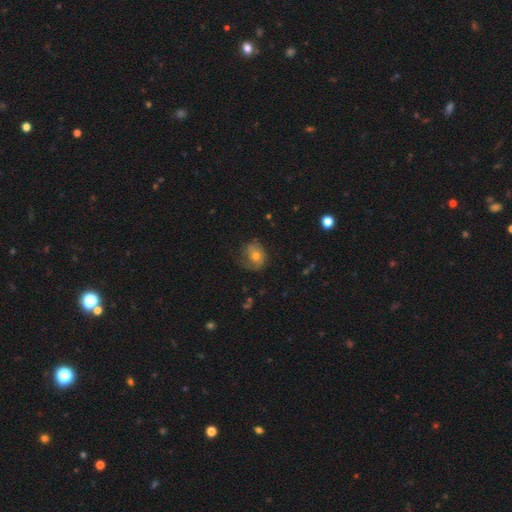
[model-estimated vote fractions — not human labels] This is possibly a smooth galaxy (57%). How rounded: likely round (61%). Merging: possibly none (50%).